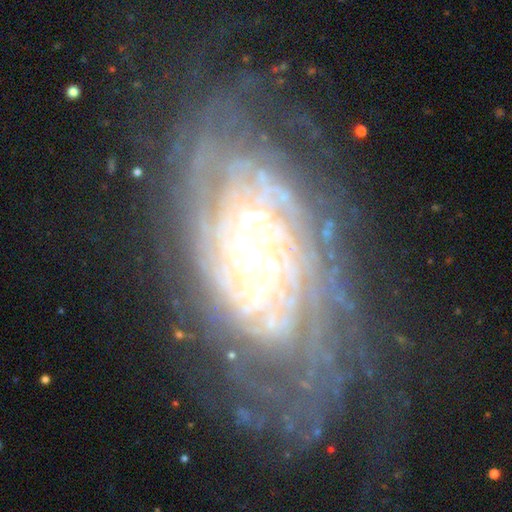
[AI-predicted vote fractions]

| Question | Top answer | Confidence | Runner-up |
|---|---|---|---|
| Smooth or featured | featured or disk | 87% | star or artifact (7%) |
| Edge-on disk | no | 94% | yes (6%) |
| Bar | no | 55% | weak (31%) |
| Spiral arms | yes | 97% | no (3%) |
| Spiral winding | tight | 79% | medium (17%) |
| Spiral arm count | can't tell | 33% | more than 4 (25%) |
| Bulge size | small | 62% | moderate (31%) |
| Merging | none | 70% | minor disturbance (18%) |